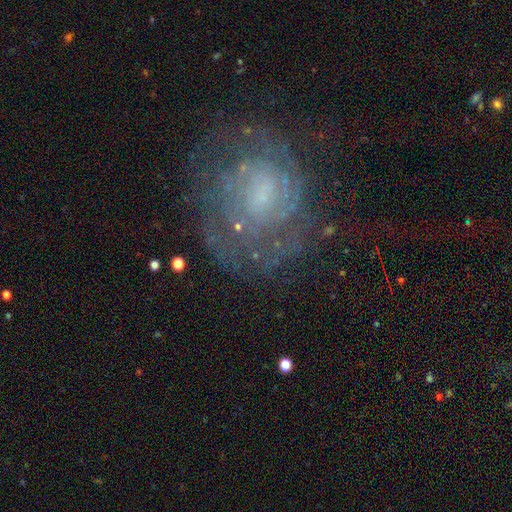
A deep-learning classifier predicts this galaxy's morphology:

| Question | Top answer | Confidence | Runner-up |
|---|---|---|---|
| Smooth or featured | featured or disk | 68% | smooth (17%) |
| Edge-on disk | no | 97% | yes (3%) |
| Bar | no | 50% | weak (41%) |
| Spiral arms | yes | 79% | no (21%) |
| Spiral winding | tight | 58% | medium (31%) |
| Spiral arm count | can't tell | 54% | 2 (23%) |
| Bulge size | small | 43% | moderate (26%) |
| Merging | none | 69% | minor disturbance (16%) |